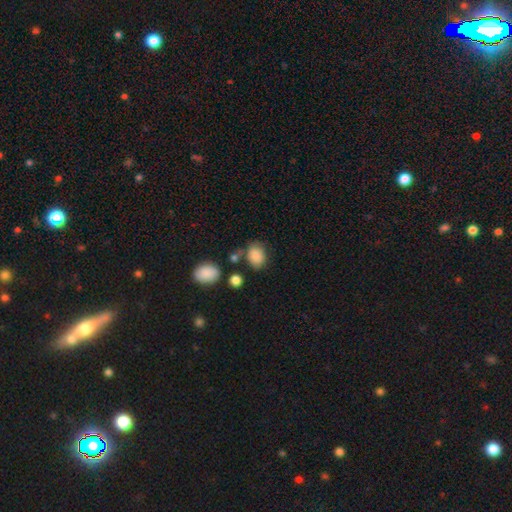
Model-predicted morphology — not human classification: The model was most divided on "how rounded": in between: 67%, round: 32%, cigar-shaped: 1%. More confident: smooth or featured — smooth (86%); merging — none (65%).